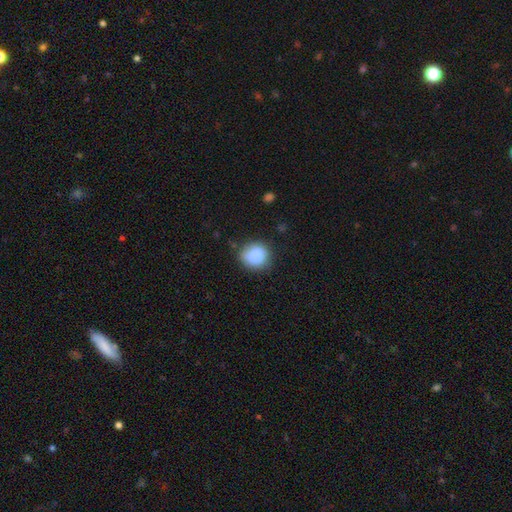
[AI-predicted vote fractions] Morphology: type=smooth (86%); roundness=round (84%); merging=none (77%).